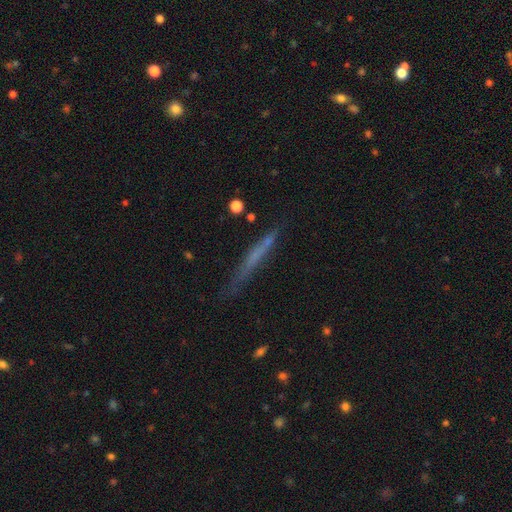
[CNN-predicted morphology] Smooth or featured: smooth — 49% (featured or disk — 42%)
Merging: none — 71% (minor disturbance — 20%)